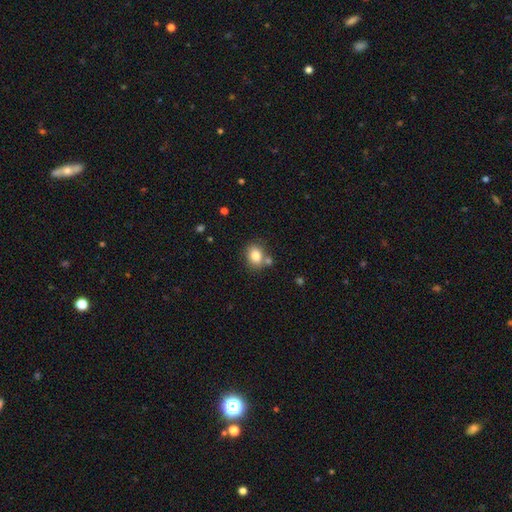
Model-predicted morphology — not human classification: The model was most divided on "how rounded": in between: 52%, round: 47%, cigar-shaped: 1%. More confident: smooth or featured — smooth (81%); merging — none (65%).